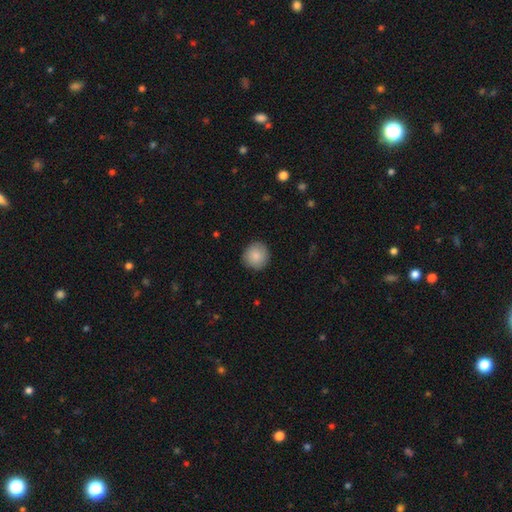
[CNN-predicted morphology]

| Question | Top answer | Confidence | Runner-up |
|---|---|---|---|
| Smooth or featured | smooth | 86% | featured or disk (7%) |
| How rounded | round | 93% | in between (6%) |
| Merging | none | 89% | minor disturbance (8%) |